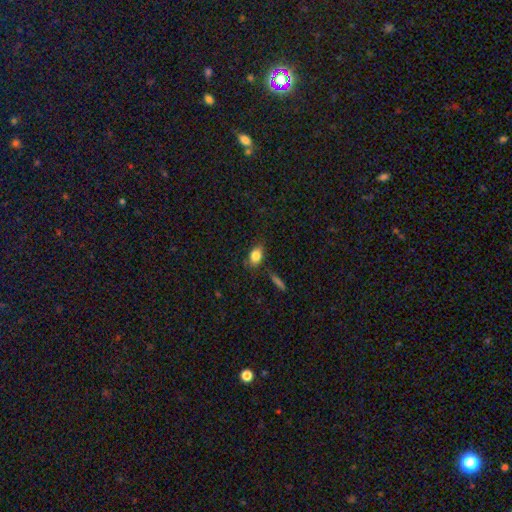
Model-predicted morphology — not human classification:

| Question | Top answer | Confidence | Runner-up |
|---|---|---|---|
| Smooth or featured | smooth | 82% | star or artifact (9%) |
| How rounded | in between | 76% | round (21%) |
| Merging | none | 72% | minor disturbance (20%) |